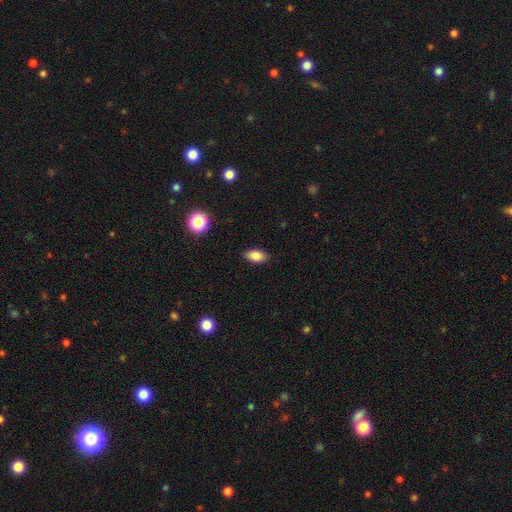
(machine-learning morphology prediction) Smooth or featured? Predicted: smooth (p=0.85). How rounded? Predicted: in between (p=0.89). Merging? Predicted: none (p=0.87).